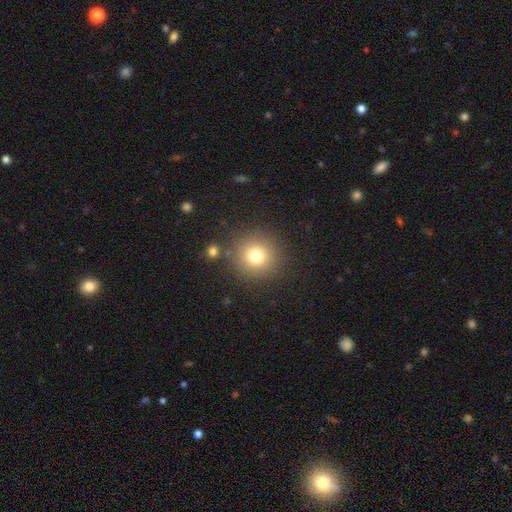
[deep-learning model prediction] Q: Smooth or featured?
A: smooth (77%); runner-up: star or artifact (14%)
Q: How rounded?
A: round (94%); runner-up: in between (5%)
Q: Merging?
A: none (86%); runner-up: minor disturbance (7%)